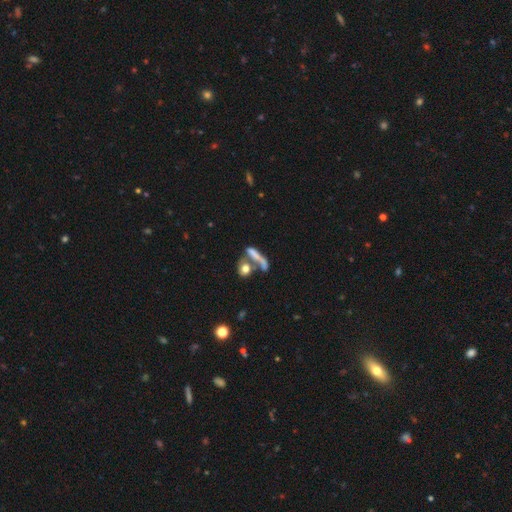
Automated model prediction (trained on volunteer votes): Smooth or featured: smooth — 57% (featured or disk — 30%)
How rounded: cigar-shaped — 44% (in between — 36%)
Merging: merger — 40% (none — 31%)